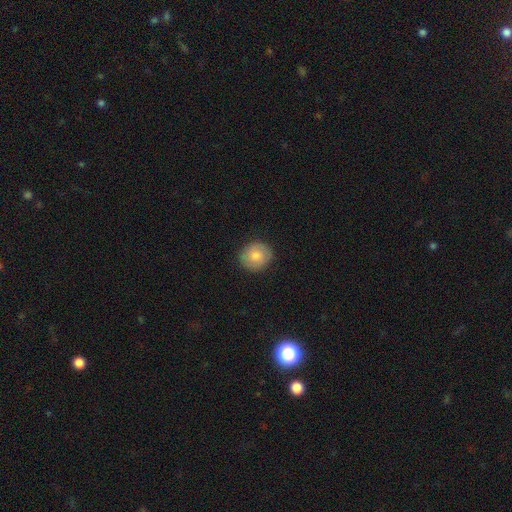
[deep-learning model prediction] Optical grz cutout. It shows a smooth galaxy with no disk features (77%) that is round (82%). Merging: none (87%).